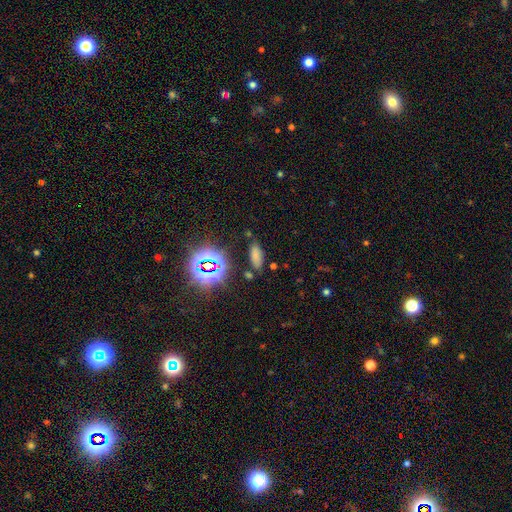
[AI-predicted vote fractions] Overall: smooth (65%; star or artifact 27%). How rounded: in between (80%). Merging: none (79%).